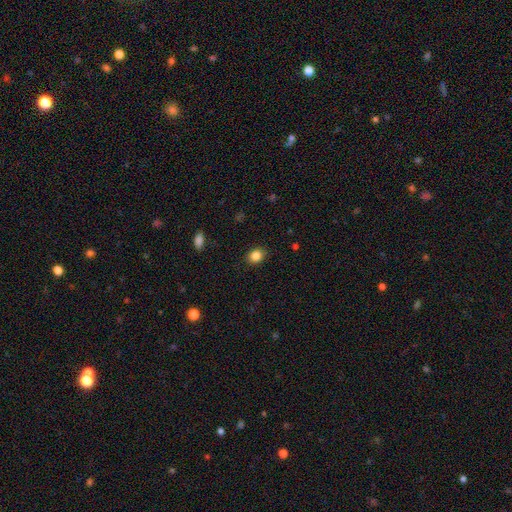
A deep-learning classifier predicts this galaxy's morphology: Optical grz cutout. It shows a smooth galaxy with no disk features (85%) that is round (59%). Merging: none (88%).